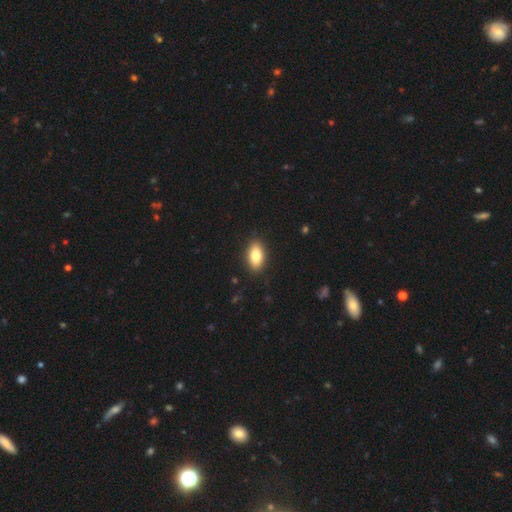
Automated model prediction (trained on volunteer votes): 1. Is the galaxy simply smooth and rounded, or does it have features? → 83% smooth, 10% featured or disk, 7% star or artifact.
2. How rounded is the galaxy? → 91% in between, 5% round, 4% cigar-shaped.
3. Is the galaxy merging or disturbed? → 89% none, 8% minor disturbance, 2% major disturbance, 1% merger.